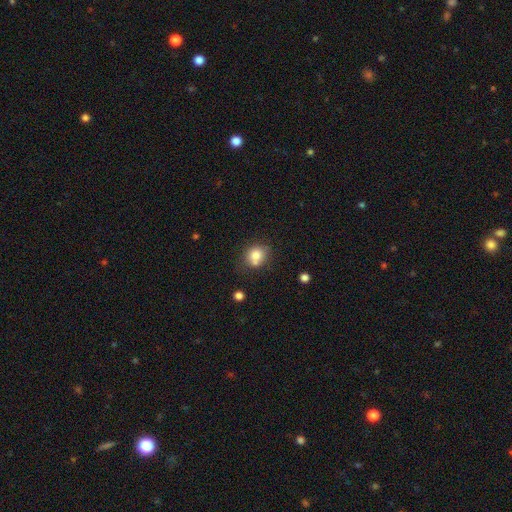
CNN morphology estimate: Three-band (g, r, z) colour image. It shows a smooth galaxy with no disk features (78%) that is round (75%). Merging: none (56%).